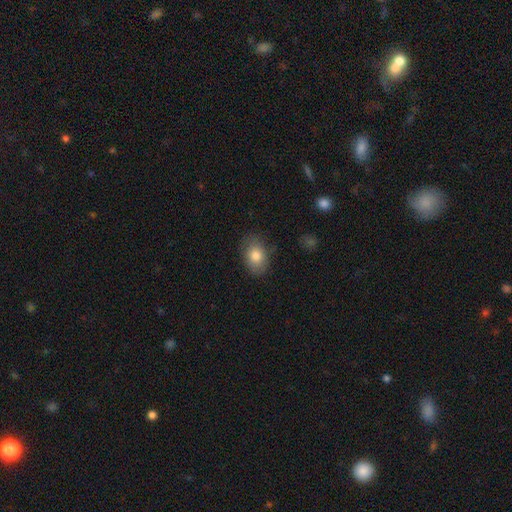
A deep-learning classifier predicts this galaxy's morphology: A smooth galaxy with no disk features (80%) that is in between round and cigar-shaped (79%).

Vote fractions:
- Smooth or featured? smooth: 80% / featured or disk: 12% / star or artifact: 8%
- How rounded? in between: 79% / round: 20% / cigar-shaped: 1%
- Merging? none: 76% / minor disturbance: 18% / major disturbance: 4% / merger: 1%